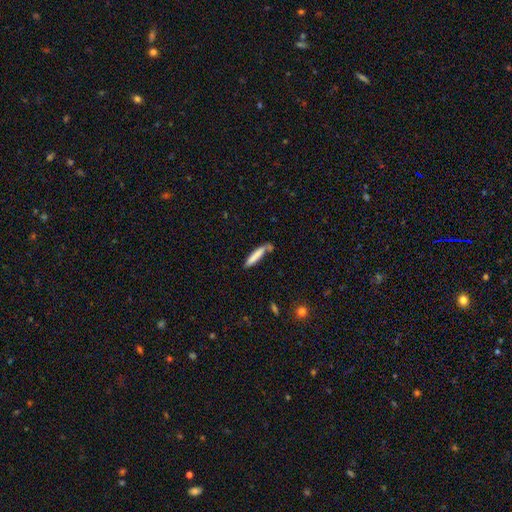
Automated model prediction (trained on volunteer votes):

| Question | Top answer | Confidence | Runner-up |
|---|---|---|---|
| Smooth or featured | smooth | 77% | featured or disk (17%) |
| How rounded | cigar-shaped | 91% | in between (8%) |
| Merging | none | 69% | minor disturbance (15%) |